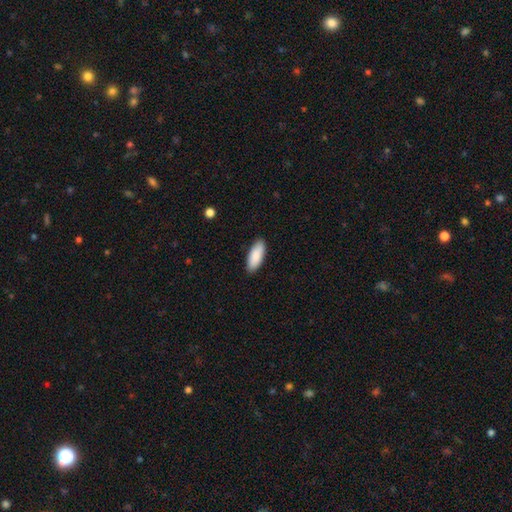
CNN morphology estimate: A smooth galaxy with no disk features (89%) that is in between round and cigar-shaped (77%).

Vote fractions:
- Smooth or featured? smooth: 89% / featured or disk: 6% / star or artifact: 5%
- How rounded? in between: 77% / cigar-shaped: 22% / round: 2%
- Merging? none: 89% / minor disturbance: 9% / major disturbance: 2% / merger: 1%